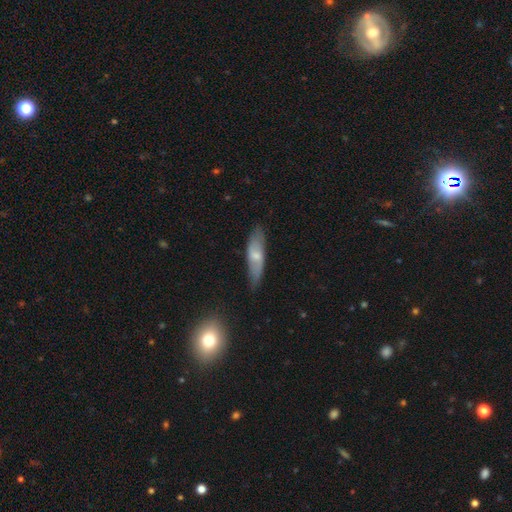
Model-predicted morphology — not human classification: Smooth or featured? Predicted: smooth (p=0.56). How rounded? Predicted: cigar-shaped (p=0.50). Merging? Predicted: none (p=0.75).